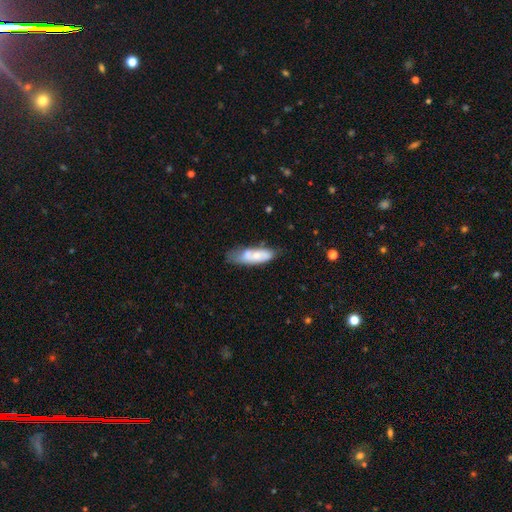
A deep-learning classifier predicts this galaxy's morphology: smooth_or_featured: smooth (p=0.63) [alt: featured or disk p=0.30]
how_rounded: in between (p=0.63) [alt: cigar-shaped p=0.35]
merging: none (p=0.46) [alt: minor disturbance p=0.31]